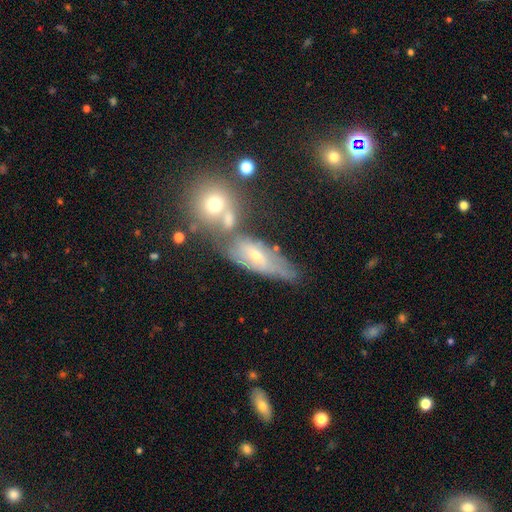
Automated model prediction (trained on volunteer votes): A featured or disk galaxy (53%).

Vote fractions:
- Smooth or featured? featured or disk: 53% / smooth: 34% / star or artifact: 13%
- Edge-on disk? no: 73% / yes: 27%
- Merging? none: 41% / merger: 30% / minor disturbance: 19% / major disturbance: 10%